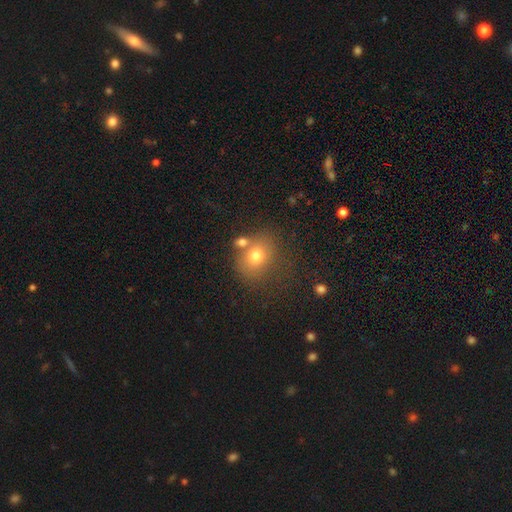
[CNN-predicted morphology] Smooth or featured?
  - smooth: 73% *
  - featured or disk: 14%
  - star or artifact: 14%
How rounded?
  - round: 61% *
  - in between: 38%
  - cigar-shaped: 1%
Merging?
  - none: 59% *
  - merger: 20%
  - minor disturbance: 14%
  - major disturbance: 6%